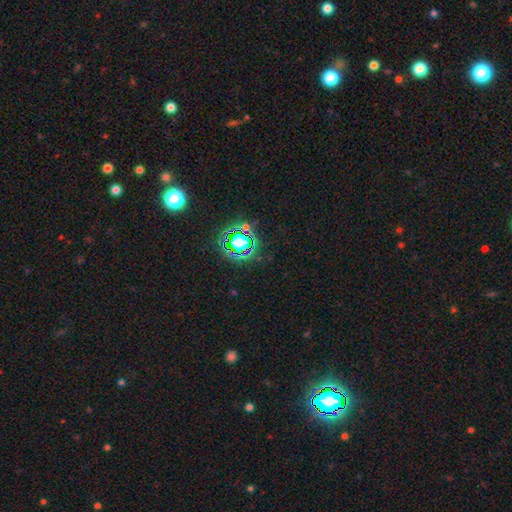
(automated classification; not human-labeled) Smooth or featured? star or artifact (79%)